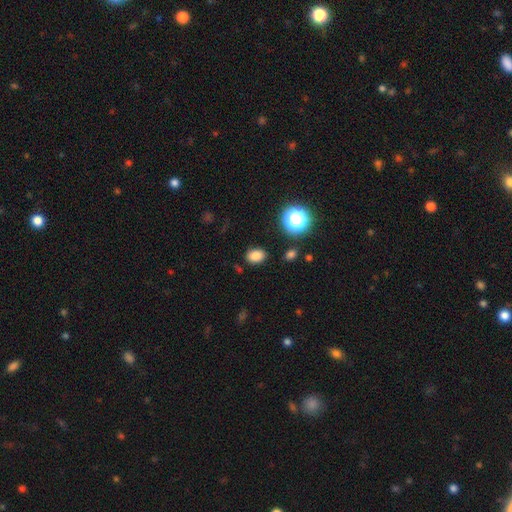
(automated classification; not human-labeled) smooth_or_featured: smooth (p=0.81) [alt: star or artifact p=0.15]
how_rounded: in between (p=0.71) [alt: round p=0.28]
merging: none (p=0.85) [alt: minor disturbance p=0.10]